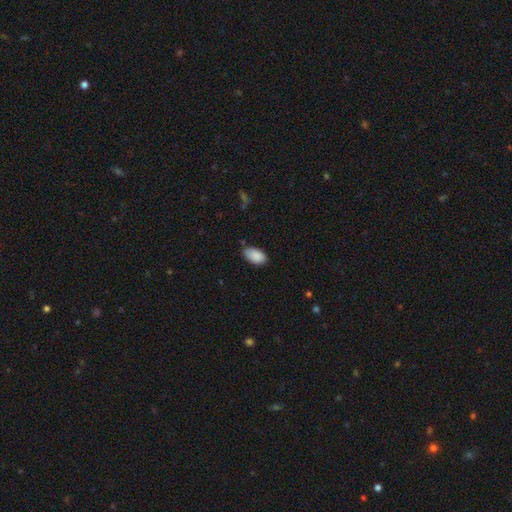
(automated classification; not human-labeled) This is clearly a smooth galaxy (89%). How rounded: clearly in between (94%). Merging: likely none (69%).